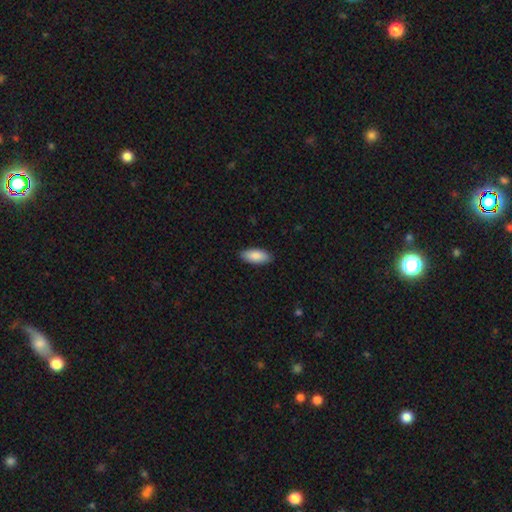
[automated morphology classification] A smooth galaxy with no disk features (88%) that is in between round and cigar-shaped (88%).

Vote fractions:
- Smooth or featured? smooth: 88% / featured or disk: 7% / star or artifact: 6%
- How rounded? in between: 88% / cigar-shaped: 11% / round: 2%
- Merging? none: 89% / minor disturbance: 8% / major disturbance: 2% / merger: 1%